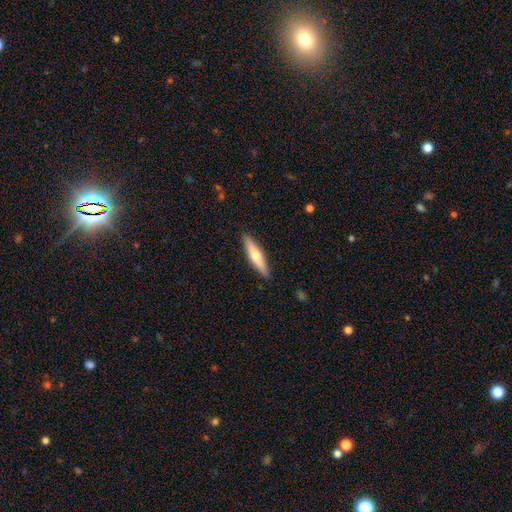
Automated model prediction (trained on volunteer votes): This appears to be a smooth galaxy with no disk features (51%) that is cigar-shaped (86%). Merging: none (90%).